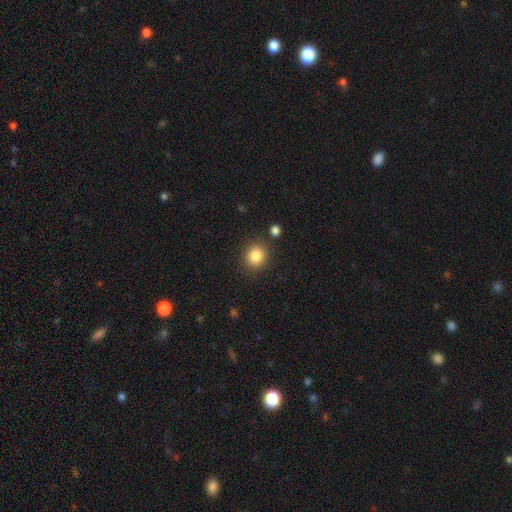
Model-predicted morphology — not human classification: type=smooth (84%); roundness=round (81%); merging=none (86%).